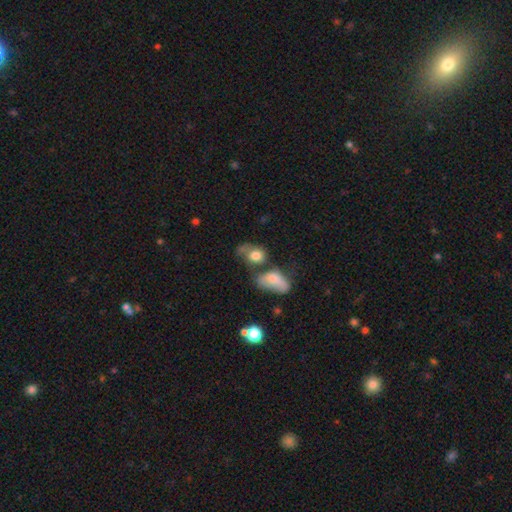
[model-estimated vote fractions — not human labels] Overall: smooth (73%). How rounded: in between (62%; round 36%). Merging: merger (39%; none 24%).